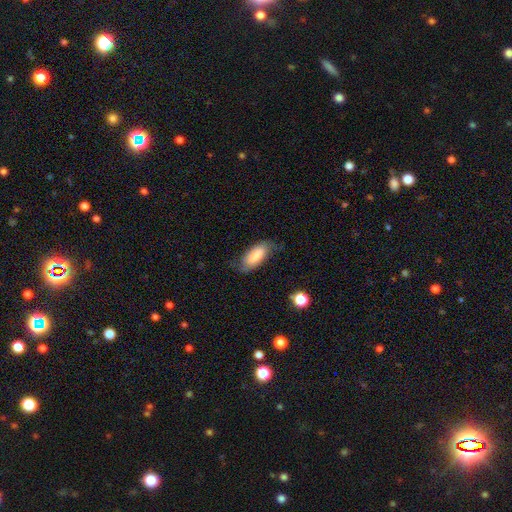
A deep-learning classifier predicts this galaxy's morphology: Smooth or featured? Predicted: smooth (p=0.72). How rounded? Predicted: in between (p=0.81). Merging? Predicted: none (p=0.63).